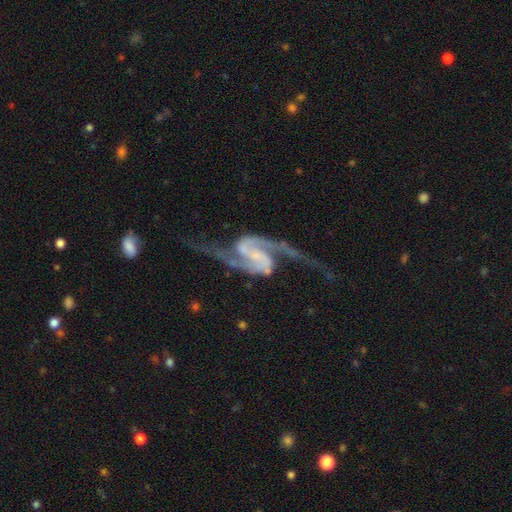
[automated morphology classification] Smooth or featured? featured or disk (93%)
Edge-on disk? no (98%)
Bar? weak (39%)
Spiral arms? yes (98%)
Spiral winding? loose (61%)
Spiral arm count? 2 (95%)
Bulge size? none (48%)
Merging? none (65%)